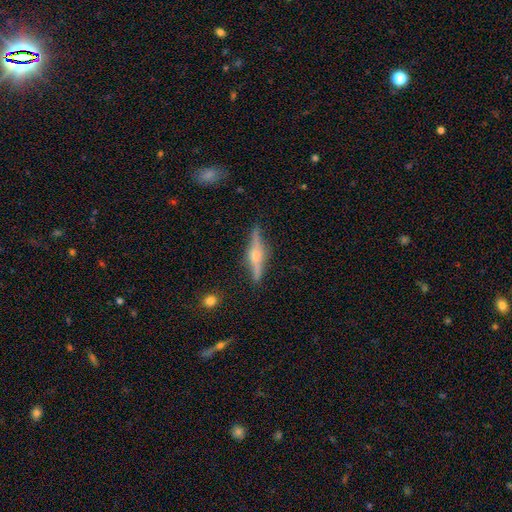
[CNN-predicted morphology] Q: Smooth or featured?
A: featured or disk (78%); runner-up: smooth (16%)
Q: Edge-on disk?
A: yes (97%); runner-up: no (3%)
Q: Edge-on bulge?
A: rounded (90%); runner-up: boxy (6%)
Q: Merging?
A: none (87%); runner-up: minor disturbance (10%)